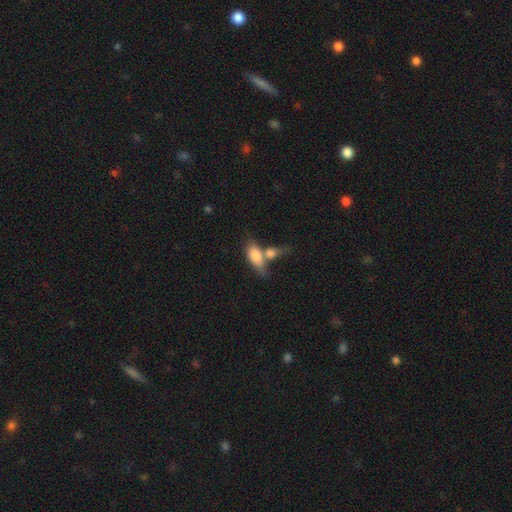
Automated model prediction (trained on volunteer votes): smooth 78%, featured or disk 16%, star or artifact 6%. Down the decision tree: how rounded — in between (84%); merging — merger (57%).